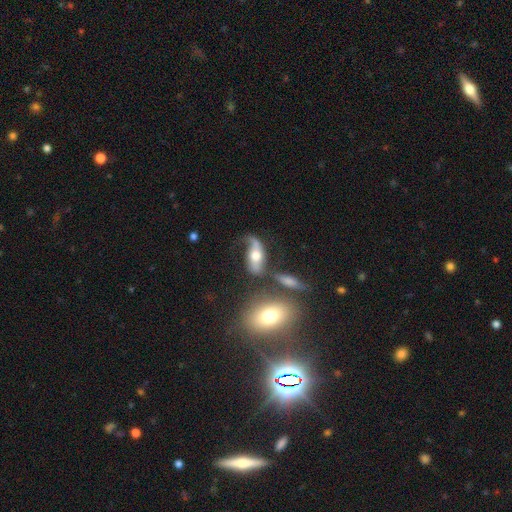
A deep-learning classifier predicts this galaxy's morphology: Q: Smooth or featured?
A: featured or disk (62%); runner-up: smooth (29%)
Q: Edge-on disk?
A: no (87%); runner-up: yes (13%)
Q: Bar?
A: no (55%); runner-up: weak (29%)
Q: Spiral arms?
A: yes (83%); runner-up: no (17%)
Q: Bulge size?
A: moderate (64%); runner-up: large (20%)
Q: Merging?
A: none (41%); runner-up: minor disturbance (21%)